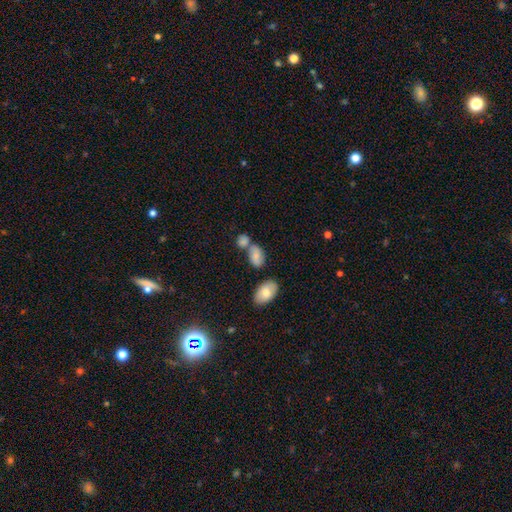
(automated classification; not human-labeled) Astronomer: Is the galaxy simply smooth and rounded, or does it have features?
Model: smooth — 76%.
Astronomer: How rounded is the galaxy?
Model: in between — 88%.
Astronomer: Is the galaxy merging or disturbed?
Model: none — 44% (runner-up: merger, 36%).